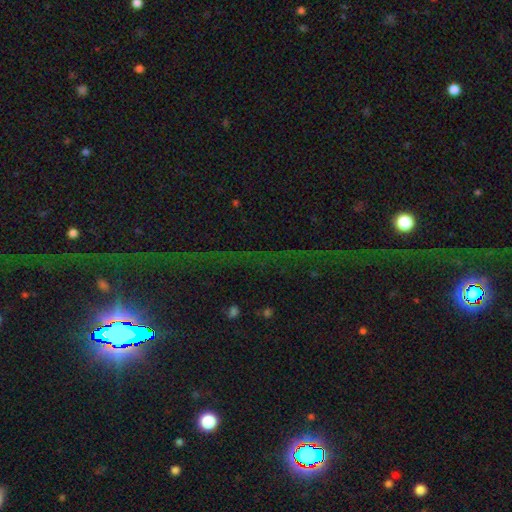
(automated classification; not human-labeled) Q: Smooth or featured?
A: star or artifact (79%); runner-up: featured or disk (11%)